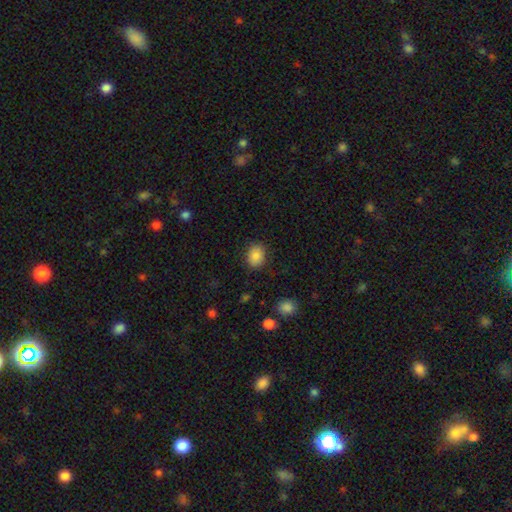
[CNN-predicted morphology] Smooth or featured? smooth (86%)
How rounded? in between (55%)
Merging? none (85%)